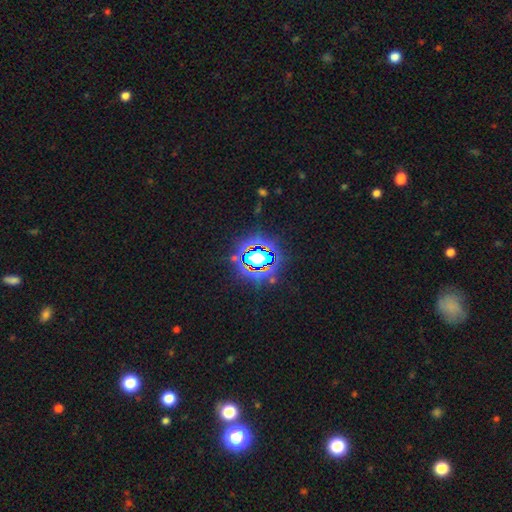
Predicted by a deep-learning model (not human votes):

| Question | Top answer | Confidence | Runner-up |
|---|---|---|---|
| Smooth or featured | star or artifact | 80% | smooth (11%) |